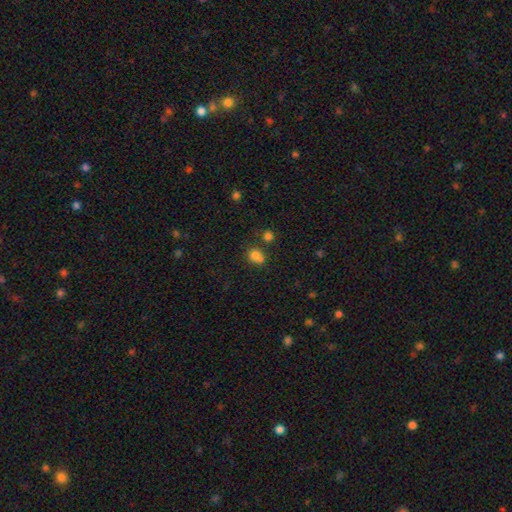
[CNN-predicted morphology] Smooth or featured?
  - smooth: 76% *
  - star or artifact: 14%
  - featured or disk: 9%
How rounded?
  - round: 69% *
  - in between: 30%
  - cigar-shaped: 1%
Merging?
  - none: 45% *
  - merger: 34%
  - minor disturbance: 15%
  - major disturbance: 6%